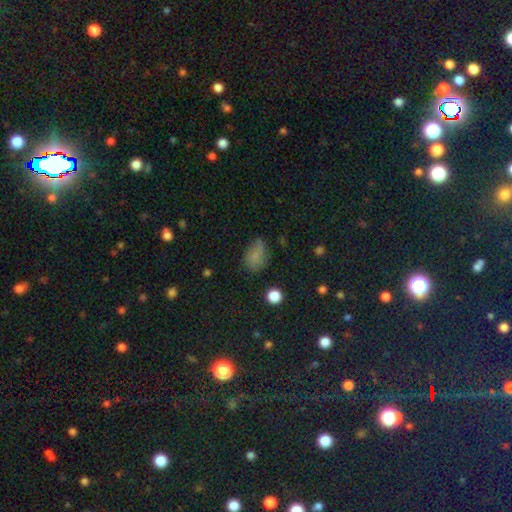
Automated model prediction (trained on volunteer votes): smooth_or_featured: smooth (p=0.75) [alt: star or artifact p=0.15]
how_rounded: in between (p=0.81) [alt: round p=0.17]
merging: none (p=0.57) [alt: minor disturbance p=0.30]